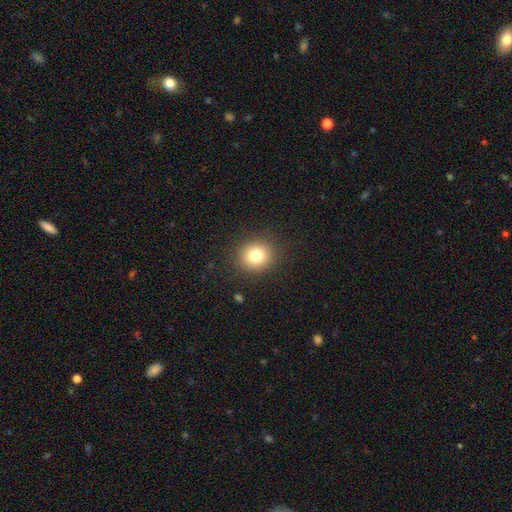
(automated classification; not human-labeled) Overall: smooth (80%). How rounded: round (80%). Merging: none (89%).